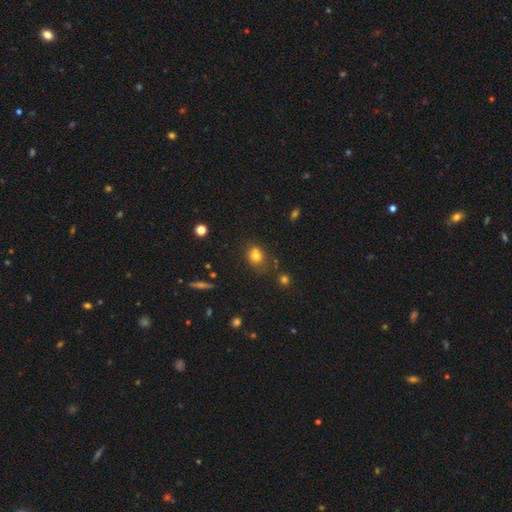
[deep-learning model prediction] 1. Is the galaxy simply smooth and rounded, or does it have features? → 75% smooth, 15% star or artifact, 10% featured or disk.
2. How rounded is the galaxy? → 63% round, 36% in between, 1% cigar-shaped.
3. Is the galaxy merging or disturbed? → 56% none, 19% merger, 18% minor disturbance, 6% major disturbance.